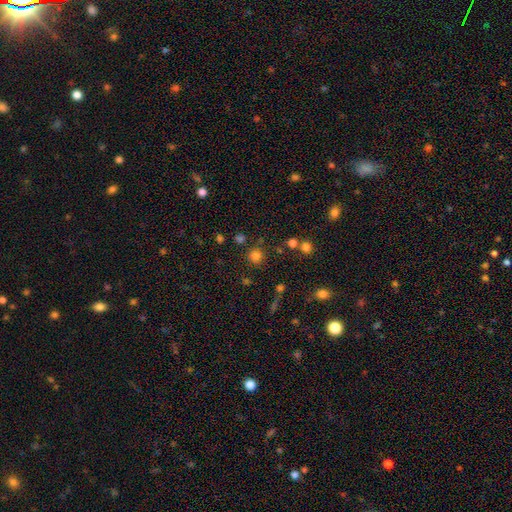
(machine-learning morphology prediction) The model was most divided on "smooth or featured": smooth: 78%, star or artifact: 17%, featured or disk: 5%. More confident: how rounded — round (92%); merging — none (82%).